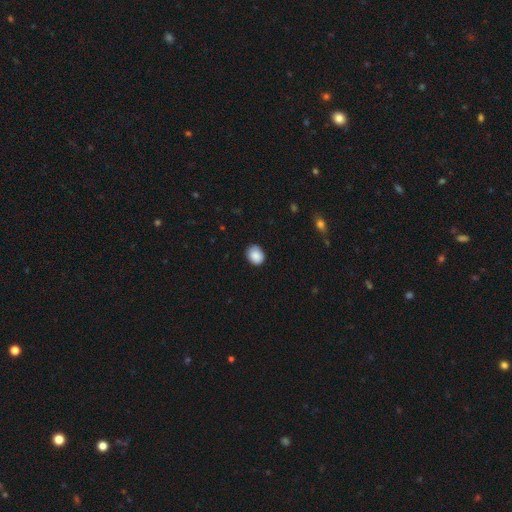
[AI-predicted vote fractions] smooth_or_featured: smooth (p=0.87) [alt: star or artifact p=0.08]
how_rounded: round (p=0.61) [alt: in between p=0.38]
merging: none (p=0.81) [alt: minor disturbance p=0.15]